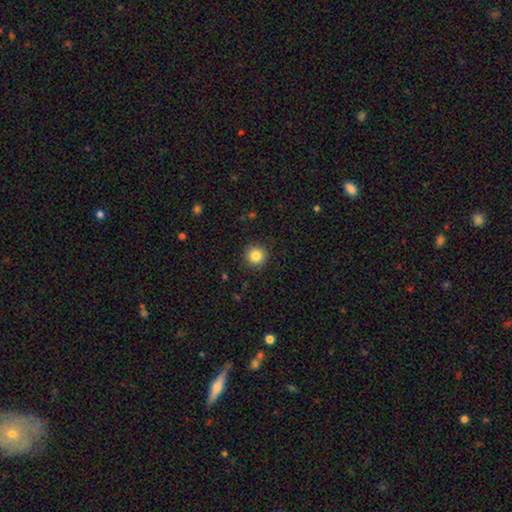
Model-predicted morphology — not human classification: This appears to be a smooth galaxy with no disk features (84%) that is round (95%). Merging: none (92%).